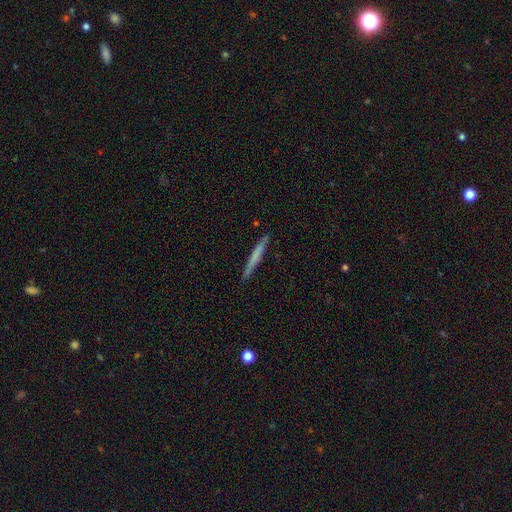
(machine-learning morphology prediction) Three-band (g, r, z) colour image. It shows a smooth galaxy with no disk features (61%) that is cigar-shaped (97%). Merging: none (90%).